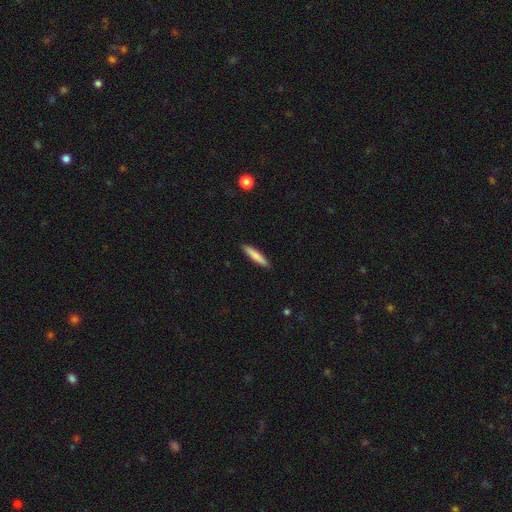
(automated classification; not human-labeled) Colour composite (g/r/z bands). It shows a smooth galaxy with no disk features (81%) that is cigar-shaped (90%). Merging: none (91%).